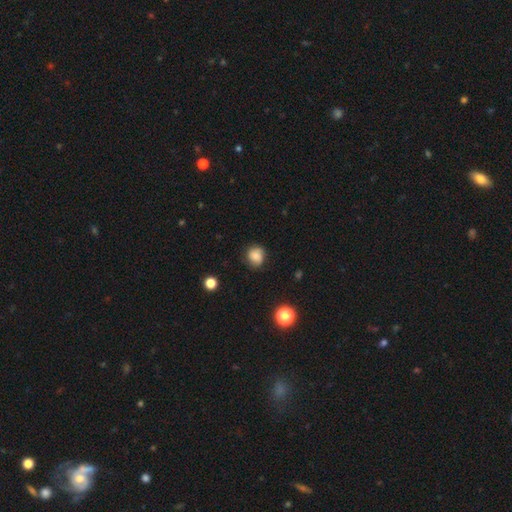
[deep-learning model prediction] Morphology: type=smooth (73%); roundness=round (76%); merging=none (75%).